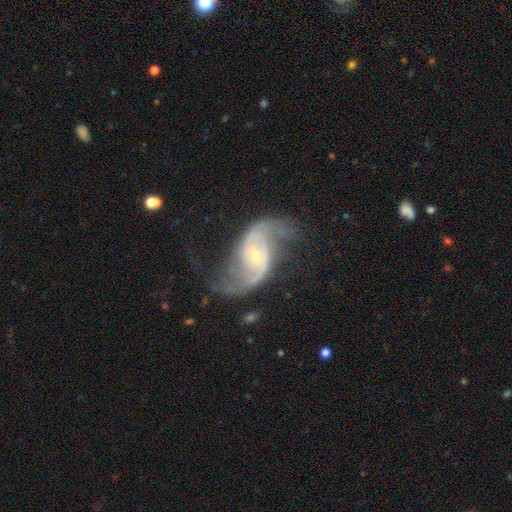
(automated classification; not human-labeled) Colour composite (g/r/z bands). It shows a featured or disk galaxy (90%) with no bar (52%), 2 (92%) loose (50%) spiral arms (97%) and a small central bulge (62%). Merging: none (63%).